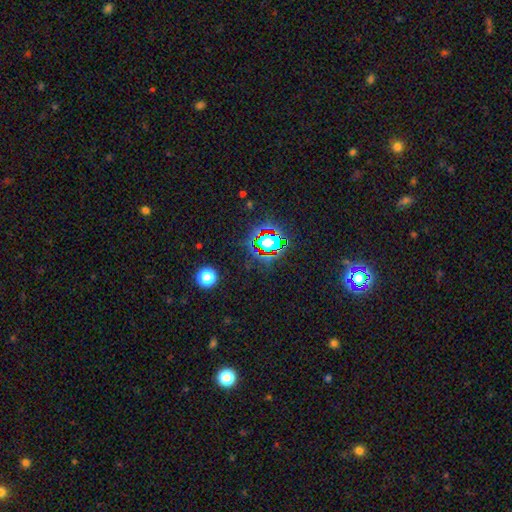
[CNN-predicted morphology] A star or artifact, not a galaxy (80%).

Vote fractions:
- Smooth or featured? star or artifact: 80% / smooth: 12% / featured or disk: 8%